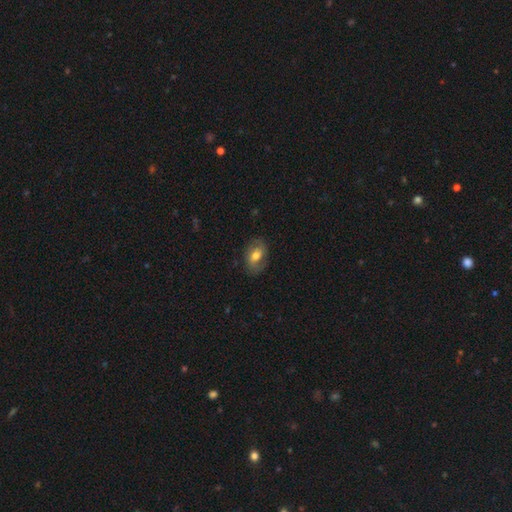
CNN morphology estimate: The model was most divided on "smooth or featured": featured or disk: 47%, smooth: 45%, star or artifact: 8%. More confident: merging — none (74%).